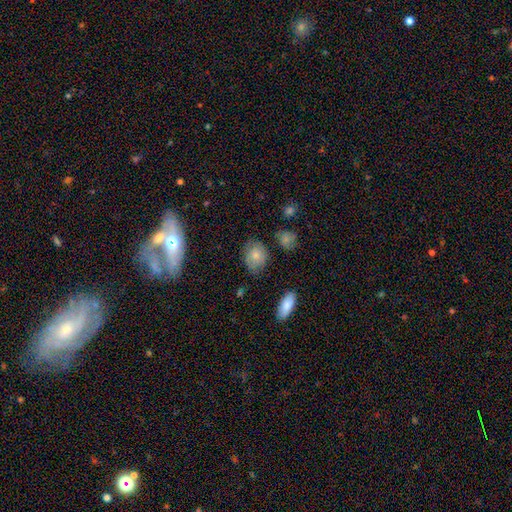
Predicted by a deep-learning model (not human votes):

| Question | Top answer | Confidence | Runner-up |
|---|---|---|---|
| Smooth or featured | smooth | 74% | featured or disk (17%) |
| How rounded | in between | 56% | round (42%) |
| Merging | none | 71% | minor disturbance (21%) |